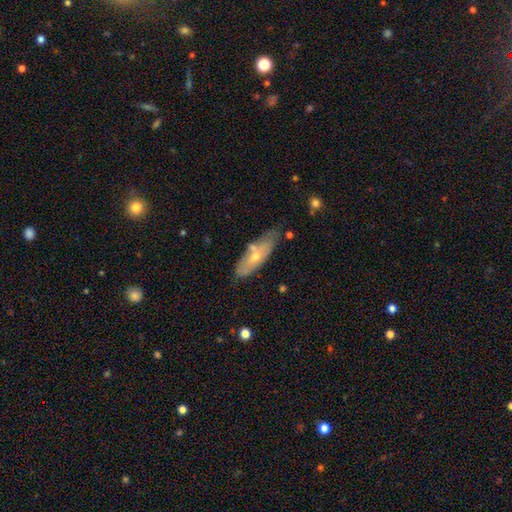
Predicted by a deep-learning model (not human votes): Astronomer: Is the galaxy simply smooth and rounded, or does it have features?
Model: featured or disk — 49% (runner-up: smooth, 43%).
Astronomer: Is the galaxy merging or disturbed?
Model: none — 70%.